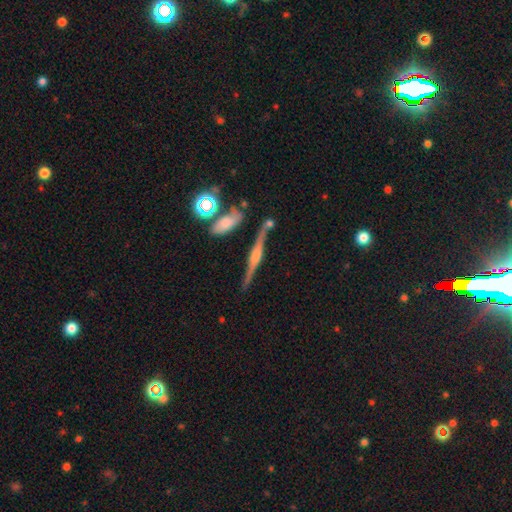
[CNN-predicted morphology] Overall: featured or disk (79%). Edge-on disk: yes (96%). Edge-on bulge: rounded (79%). Merging: none (79%).